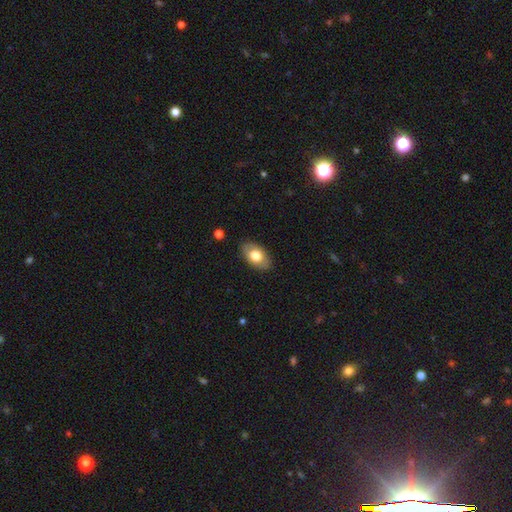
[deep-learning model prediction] Overall: smooth (69%). How rounded: in between (91%). Merging: none (85%).